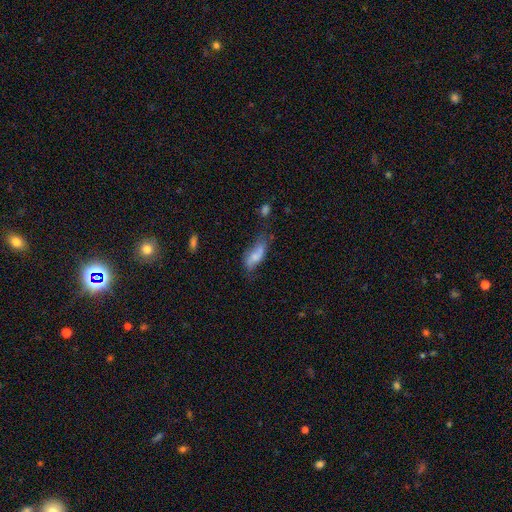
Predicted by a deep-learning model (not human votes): smooth 61%, featured or disk 31%, star or artifact 9%. Down the decision tree: how rounded — in between (75%); merging — none (41%).